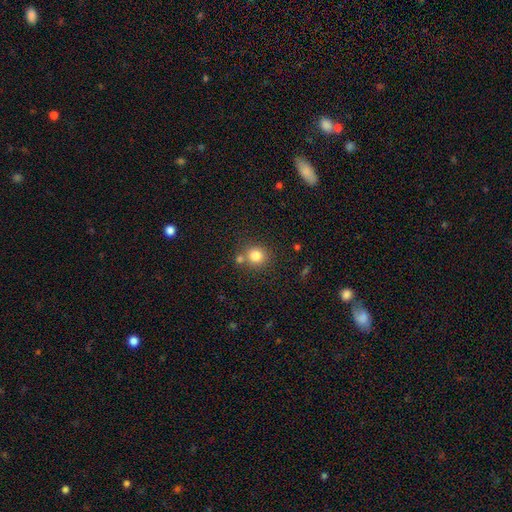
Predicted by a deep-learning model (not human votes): smooth 81%, star or artifact 12%, featured or disk 7%. Down the decision tree: how rounded — round (89%); merging — none (68%).